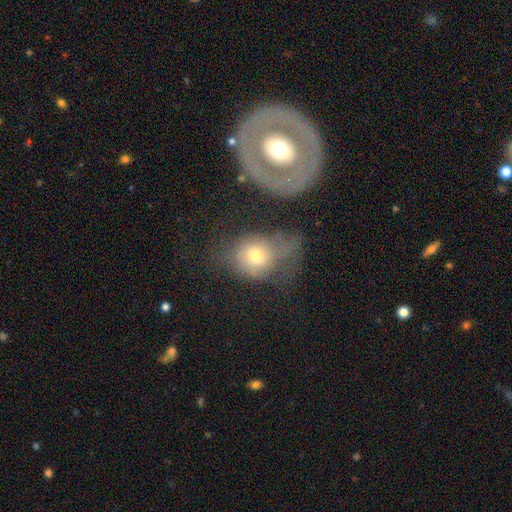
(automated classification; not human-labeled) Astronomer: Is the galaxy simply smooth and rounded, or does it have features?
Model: smooth — 57%.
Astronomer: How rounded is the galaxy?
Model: round — 61% (runner-up: in between, 37%).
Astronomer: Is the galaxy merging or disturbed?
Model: major disturbance — 43% (runner-up: none, 23%).